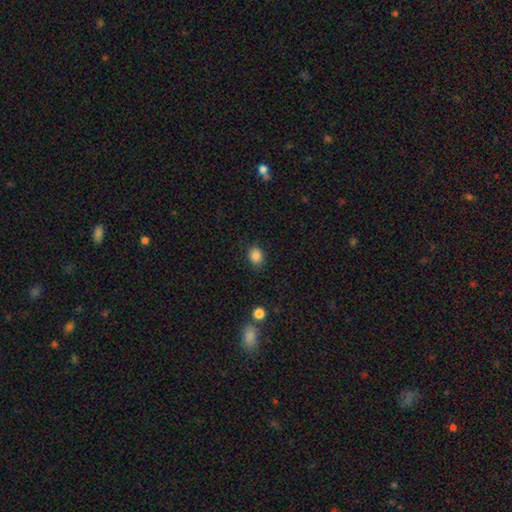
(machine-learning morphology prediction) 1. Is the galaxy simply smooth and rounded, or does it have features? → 86% smooth, 11% star or artifact, 4% featured or disk.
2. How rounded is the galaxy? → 59% round, 40% in between, 1% cigar-shaped.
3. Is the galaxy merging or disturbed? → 85% none, 10% minor disturbance, 3% major disturbance, 1% merger.